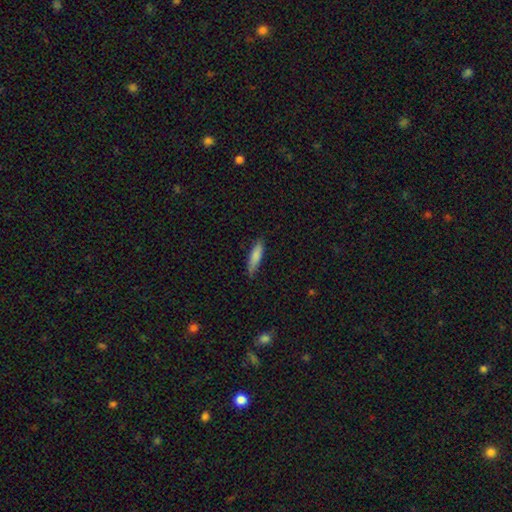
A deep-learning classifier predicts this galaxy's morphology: Smooth or featured? smooth (82%)
How rounded? cigar-shaped (69%)
Merging? none (82%)